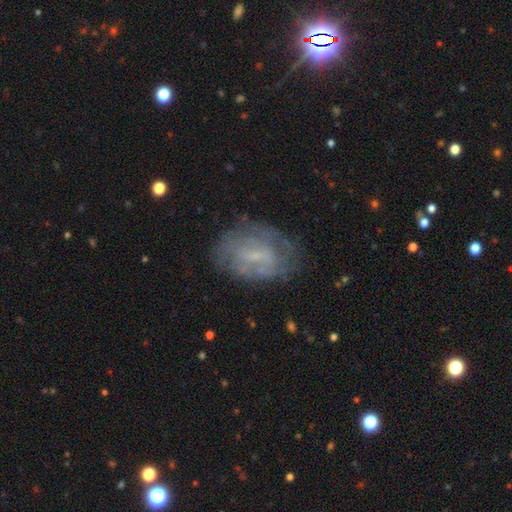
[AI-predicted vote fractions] The model was most divided on "bar": weak: 50%, no: 36%, strong: 14%. More confident: edge-on disk — no (96%); merging — none (67%); spiral arms — yes (63%); bulge size — small (63%); smooth or featured — featured or disk (61%).